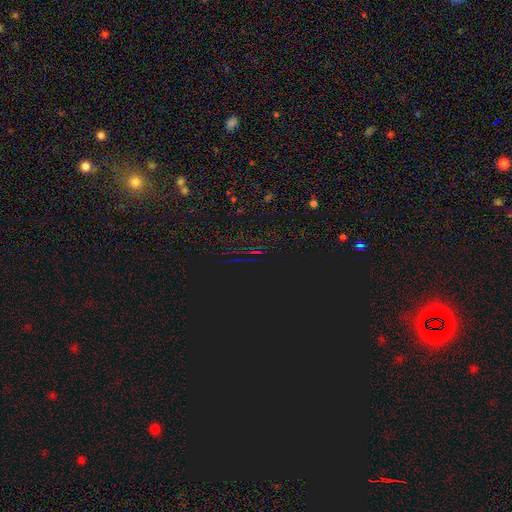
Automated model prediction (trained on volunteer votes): This appears to be a star or artifact, not a galaxy (85%).